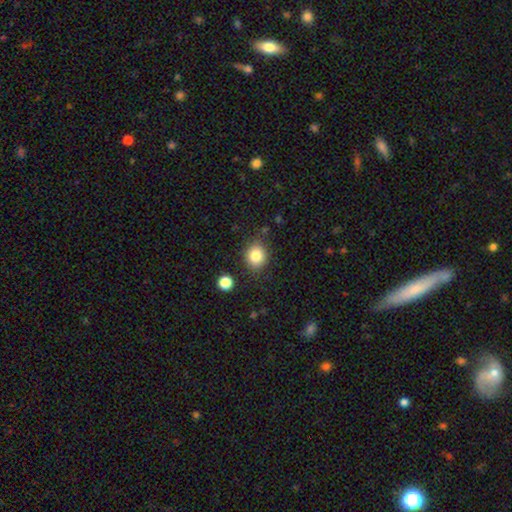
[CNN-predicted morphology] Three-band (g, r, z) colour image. It shows a smooth galaxy with no disk features (83%) that is round (71%). Merging: none (83%).